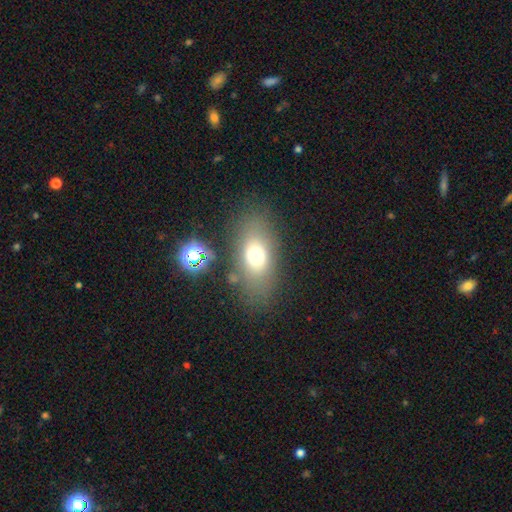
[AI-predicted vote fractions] smooth_or_featured: smooth (p=0.66) [alt: featured or disk p=0.19]
how_rounded: in between (p=0.80) [alt: round p=0.16]
merging: none (p=0.76) [alt: minor disturbance p=0.13]